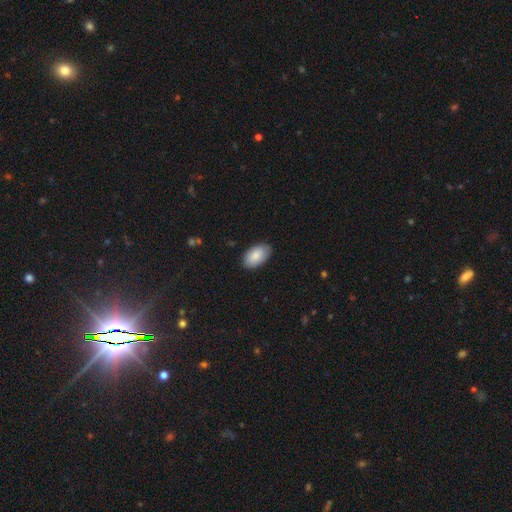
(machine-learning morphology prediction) The model was most divided on "merging": none: 87%, minor disturbance: 10%, major disturbance: 2%, merger: 1%. More confident: how rounded — in between (96%); smooth or featured — smooth (87%).